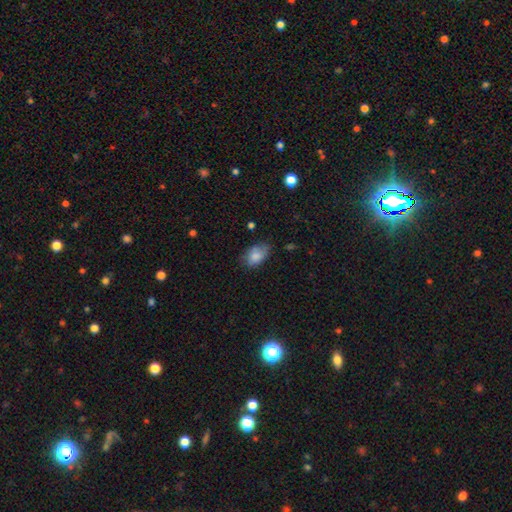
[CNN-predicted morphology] This is clearly a smooth galaxy (82%). How rounded: clearly in between (88%). Merging: likely none (60%).